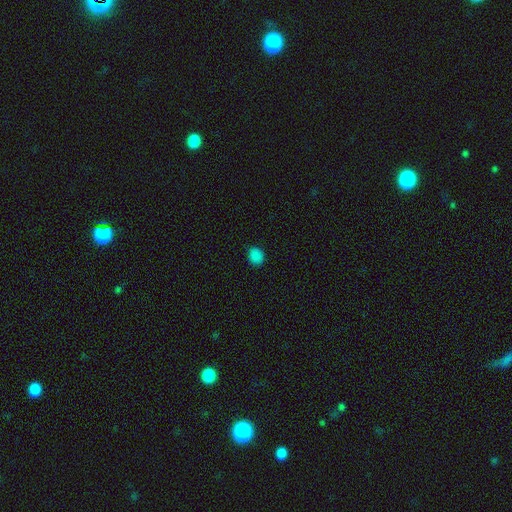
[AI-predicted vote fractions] Smooth or featured?
  - smooth: 84% *
  - star or artifact: 14%
  - featured or disk: 3%
How rounded?
  - round: 61% *
  - in between: 38%
  - cigar-shaped: 1%
Merging?
  - none: 87% *
  - minor disturbance: 10%
  - major disturbance: 2%
  - merger: 1%